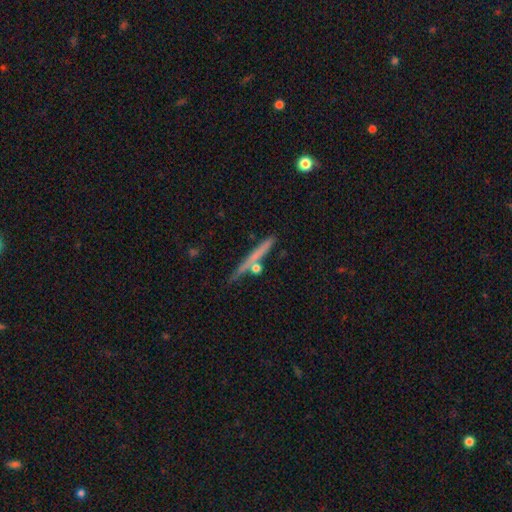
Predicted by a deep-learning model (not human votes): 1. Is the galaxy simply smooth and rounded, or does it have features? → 49% featured or disk, 43% smooth, 8% star or artifact.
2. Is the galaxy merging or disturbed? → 78% none, 12% minor disturbance, 8% merger, 3% major disturbance.